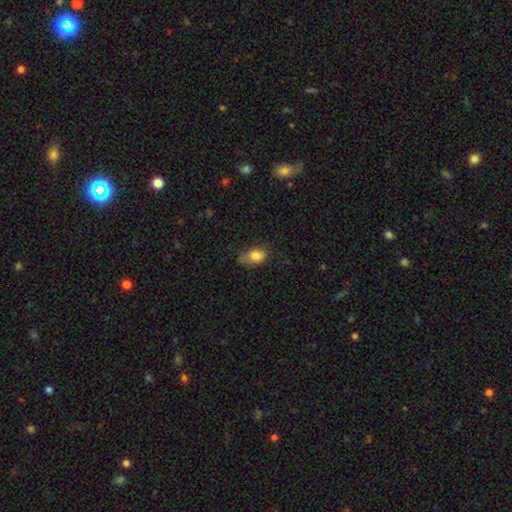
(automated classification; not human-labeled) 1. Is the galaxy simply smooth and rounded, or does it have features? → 82% smooth, 9% featured or disk, 9% star or artifact.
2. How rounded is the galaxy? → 84% in between, 14% round, 3% cigar-shaped.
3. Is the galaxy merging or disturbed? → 48% none, 37% minor disturbance, 12% major disturbance, 2% merger.